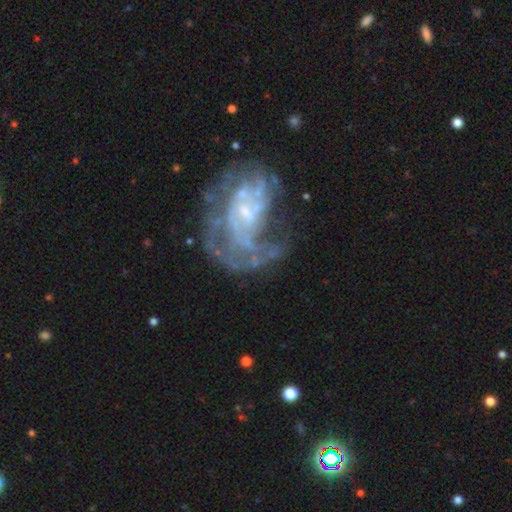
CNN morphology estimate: Smooth or featured? featured or disk (79%)
Edge-on disk? no (98%)
Bar? no (62%)
Spiral arms? yes (72%)
Spiral winding? medium (37%)
Spiral arm count? can't tell (40%)
Bulge size? small (57%)
Merging? none (38%)